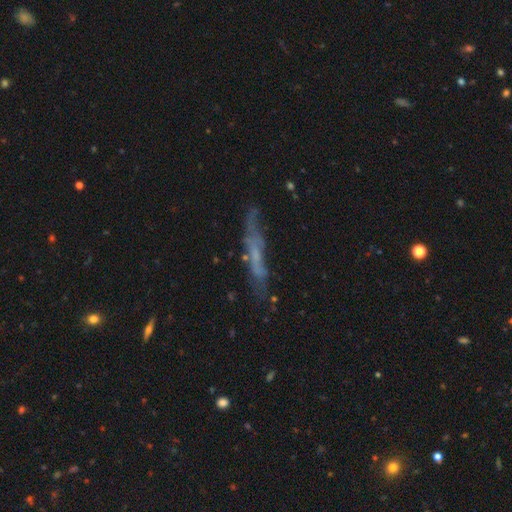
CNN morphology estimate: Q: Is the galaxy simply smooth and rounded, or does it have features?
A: featured or disk — 54%.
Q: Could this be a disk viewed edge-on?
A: yes — 63%.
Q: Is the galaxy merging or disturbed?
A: none — 61%.